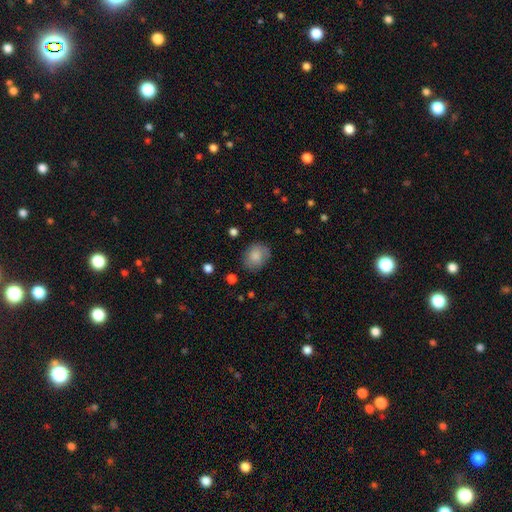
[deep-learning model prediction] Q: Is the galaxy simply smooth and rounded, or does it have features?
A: smooth — 82%.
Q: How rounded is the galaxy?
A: round — 54%.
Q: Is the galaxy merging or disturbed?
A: none — 76%.